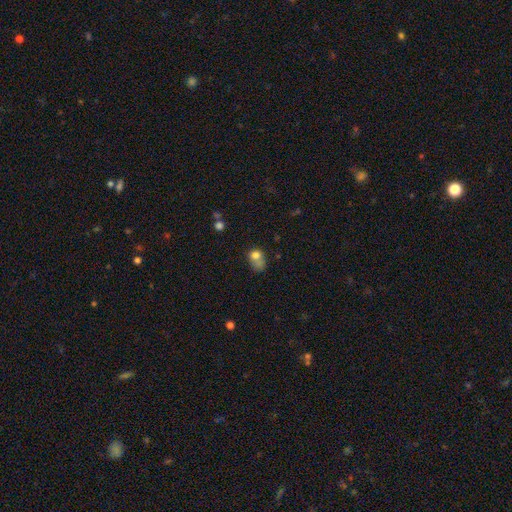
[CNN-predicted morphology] smooth 73%, featured or disk 15%, star or artifact 12%. Down the decision tree: how rounded — round (52%); merging — merger (32%).